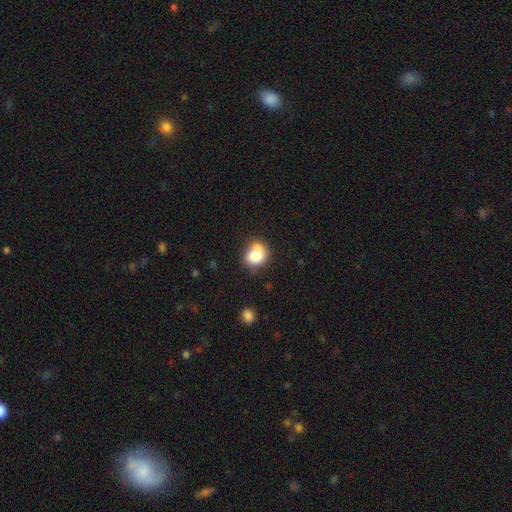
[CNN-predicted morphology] Smooth or featured?
  - smooth: 79% *
  - featured or disk: 12%
  - star or artifact: 9%
How rounded?
  - round: 65% *
  - in between: 34%
  - cigar-shaped: 1%
Merging?
  - none: 49% *
  - minor disturbance: 23%
  - merger: 20%
  - major disturbance: 8%